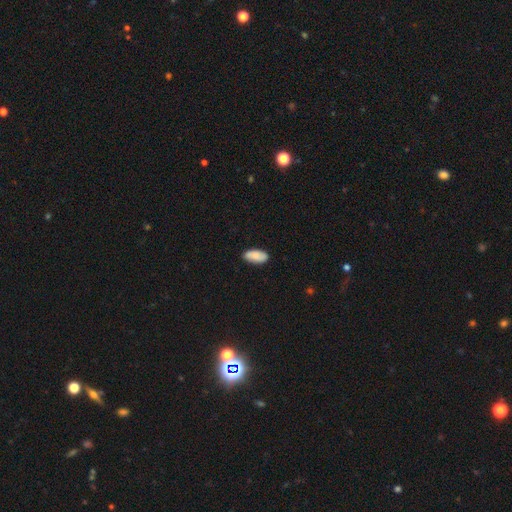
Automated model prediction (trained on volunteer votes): Overall: smooth (82%). How rounded: in between (91%). Merging: none (84%).